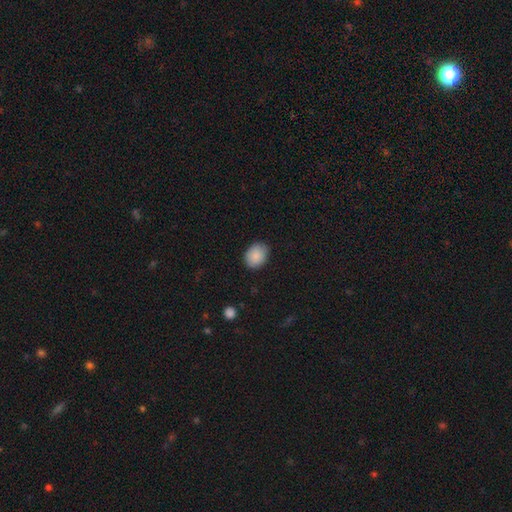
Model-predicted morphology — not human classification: Smooth or featured: smooth — 88% (star or artifact — 7%)
How rounded: in between — 56% (round — 43%)
Merging: none — 83% (minor disturbance — 14%)